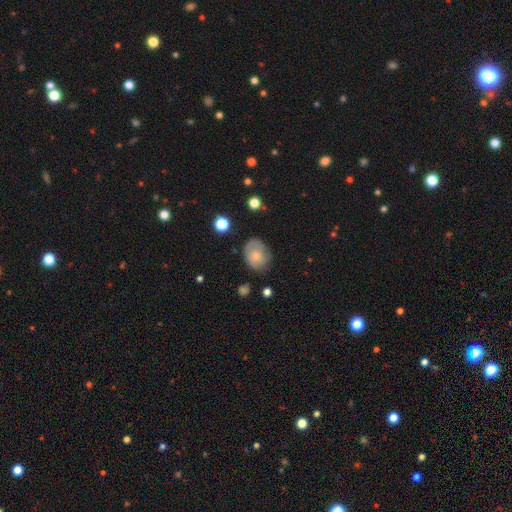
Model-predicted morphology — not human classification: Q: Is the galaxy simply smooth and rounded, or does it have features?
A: smooth — 63%.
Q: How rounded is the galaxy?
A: in between — 53%.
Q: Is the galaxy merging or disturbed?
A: none — 61%.